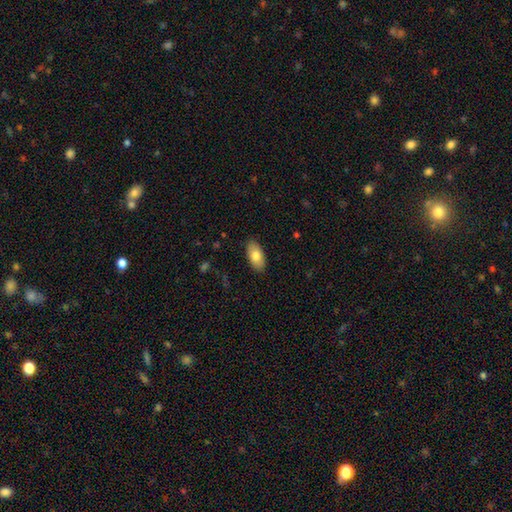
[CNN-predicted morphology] A smooth galaxy with no disk features (79%) that is in between round and cigar-shaped (94%).

Vote fractions:
- Smooth or featured? smooth: 79% / featured or disk: 14% / star or artifact: 6%
- How rounded? in between: 94% / cigar-shaped: 4% / round: 3%
- Merging? none: 89% / minor disturbance: 9% / major disturbance: 2% / merger: 1%